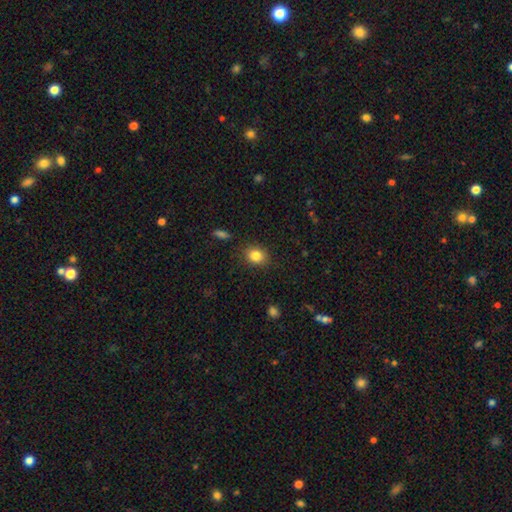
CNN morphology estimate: A smooth galaxy with no disk features (84%) that is round (56%). Merging: none (86%).